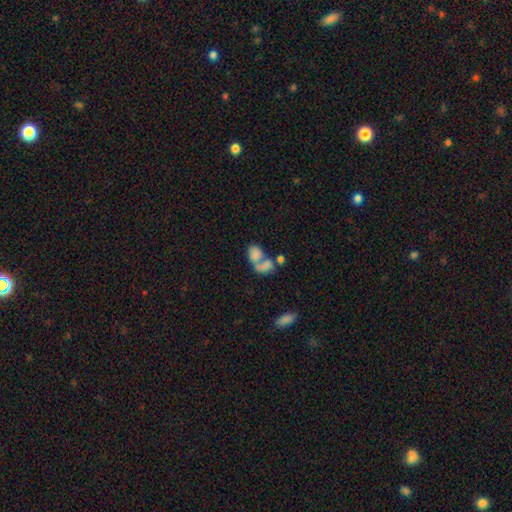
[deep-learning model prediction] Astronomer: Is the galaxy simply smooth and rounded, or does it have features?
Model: smooth — 67%.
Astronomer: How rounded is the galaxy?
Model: in between — 77%.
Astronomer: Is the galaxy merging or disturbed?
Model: merger — 66%.